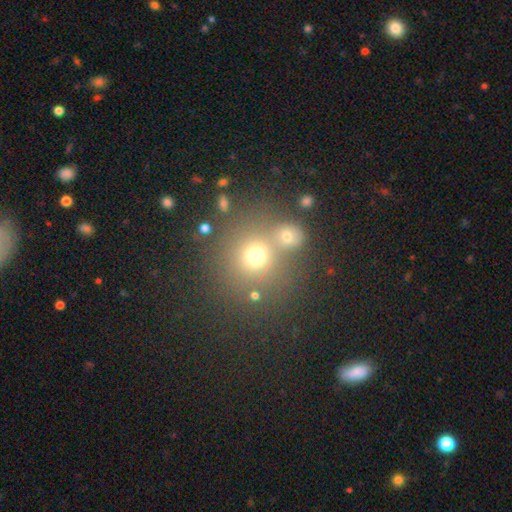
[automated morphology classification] A smooth galaxy with no disk features (68%) that is round (87%). Merging: none (60%).